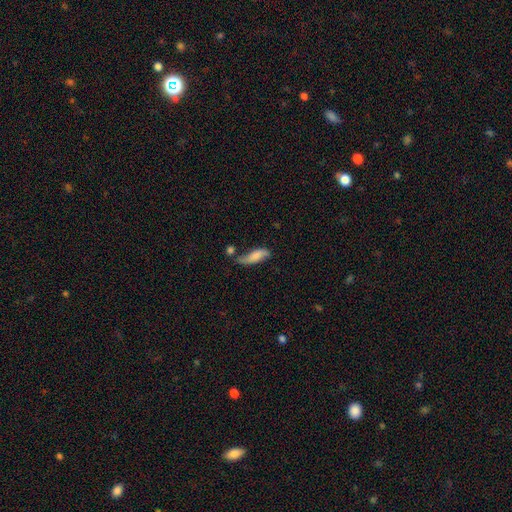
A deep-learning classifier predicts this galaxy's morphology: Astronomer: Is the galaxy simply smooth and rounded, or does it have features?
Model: smooth — 64%.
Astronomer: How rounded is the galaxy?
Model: in between — 57% (runner-up: cigar-shaped, 40%).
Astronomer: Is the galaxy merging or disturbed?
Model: none — 44% (runner-up: minor disturbance, 28%).